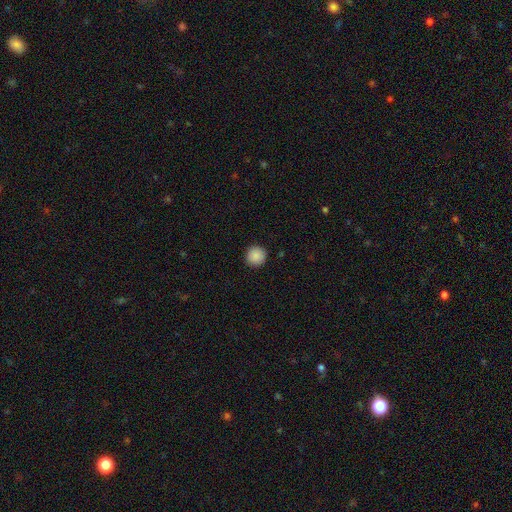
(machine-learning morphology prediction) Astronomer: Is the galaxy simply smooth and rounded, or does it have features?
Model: smooth — 89%.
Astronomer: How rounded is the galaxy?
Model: round — 95%.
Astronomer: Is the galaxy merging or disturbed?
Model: none — 92%.